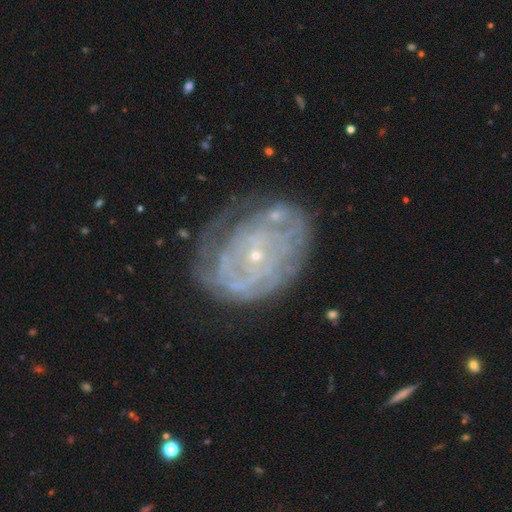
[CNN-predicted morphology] A featured or disk galaxy (79%) with no bar (75%), tight (72%) spiral arms (81%) and a small central bulge (86%).

Vote fractions:
- Smooth or featured? featured or disk: 79% / smooth: 13% / star or artifact: 8%
- Edge-on disk? no: 97% / yes: 3%
- Bar? no: 75% / weak: 19% / strong: 5%
- Spiral arms? yes: 81% / no: 19%
- Spiral winding? tight: 72% / medium: 20% / loose: 7%
- Spiral arm count? can't tell: 52% / 2: 15% / 3: 10% / 4: 9% / more than 4: 7% / 1: 6%
- Bulge size? small: 86% / moderate: 10% / none: 2% / large: 1% / dominant: 1%
- Merging? none: 57% / minor disturbance: 24% / major disturbance: 15% / merger: 4%